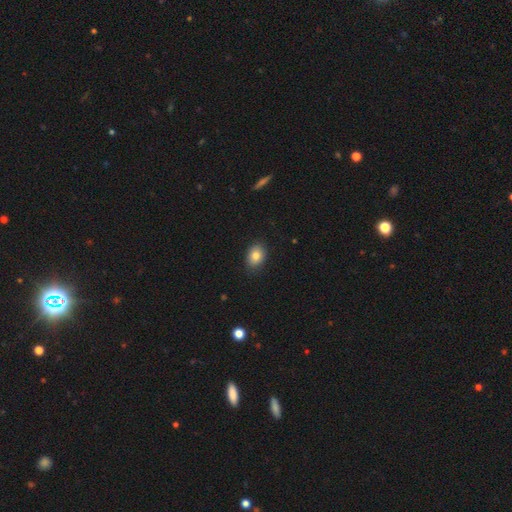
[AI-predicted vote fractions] Overall: smooth (83%). How rounded: in between (73%). Merging: none (85%).